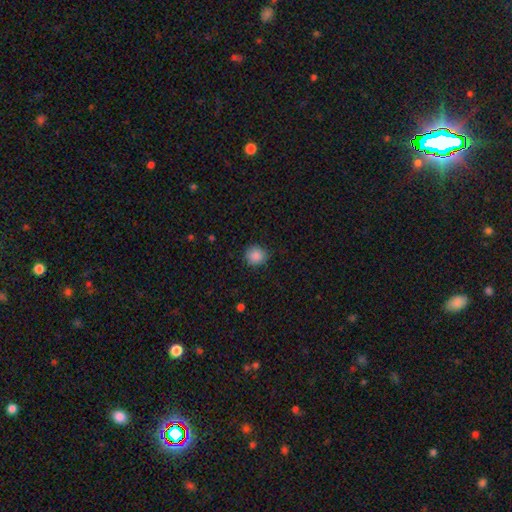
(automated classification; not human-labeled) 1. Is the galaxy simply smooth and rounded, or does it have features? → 87% smooth, 9% star or artifact, 3% featured or disk.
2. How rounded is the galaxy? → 90% round, 9% in between, 1% cigar-shaped.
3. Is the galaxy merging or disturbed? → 85% none, 11% minor disturbance, 3% major disturbance, 1% merger.